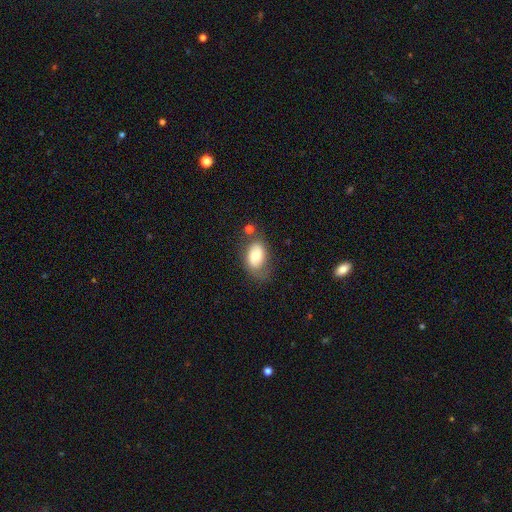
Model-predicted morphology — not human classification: This appears to be a smooth galaxy with no disk features (71%) that is in between round and cigar-shaped (87%). Merging: none (56%).